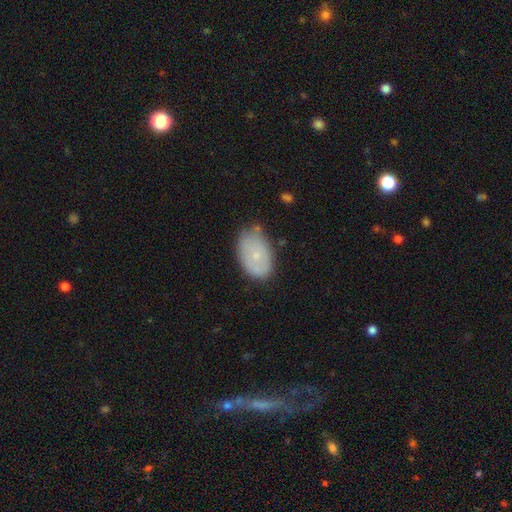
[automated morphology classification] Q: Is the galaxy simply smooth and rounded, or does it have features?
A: smooth — 66%.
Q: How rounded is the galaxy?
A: in between — 90%.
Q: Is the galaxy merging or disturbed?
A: none — 71%.